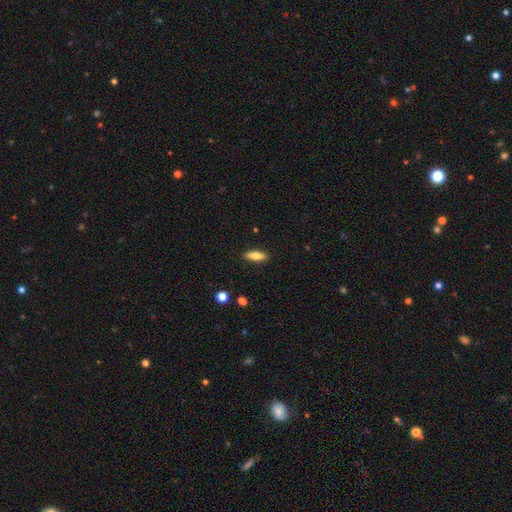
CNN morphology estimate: Smooth or featured: smooth — 67% (featured or disk — 26%)
How rounded: in between — 53% (cigar-shaped — 44%)
Merging: none — 89% (minor disturbance — 8%)